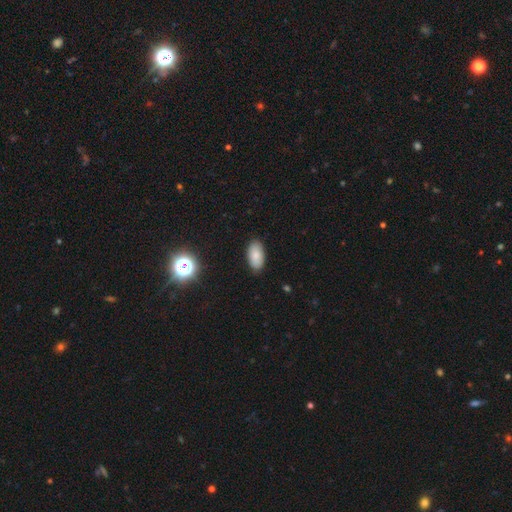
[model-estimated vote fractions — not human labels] smooth_or_featured: smooth (p=0.83) [alt: star or artifact p=0.09]
how_rounded: in between (p=0.94) [alt: round p=0.03]
merging: none (p=0.86) [alt: minor disturbance p=0.10]